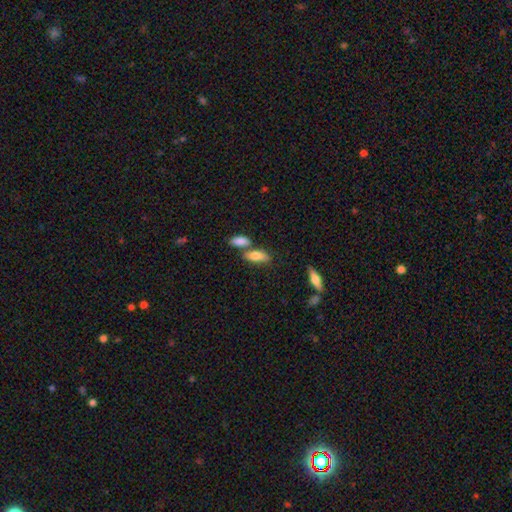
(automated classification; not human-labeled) This is likely a smooth galaxy (77%). How rounded: likely in between (73%). Merging: possibly none (51%).